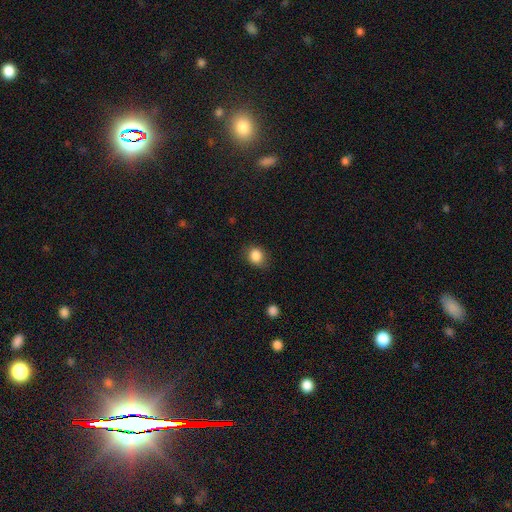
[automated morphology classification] The model was most divided on "how rounded": round: 61%, in between: 38%, cigar-shaped: 1%. More confident: smooth or featured — smooth (86%); merging — none (76%).